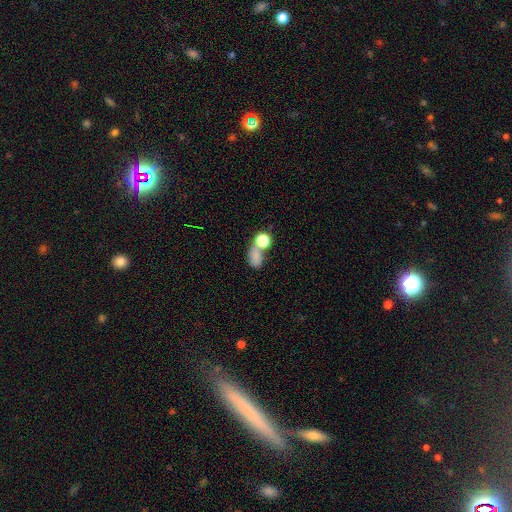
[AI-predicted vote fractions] Smooth or featured? smooth (74%)
How rounded? in between (58%)
Merging? merger (45%)